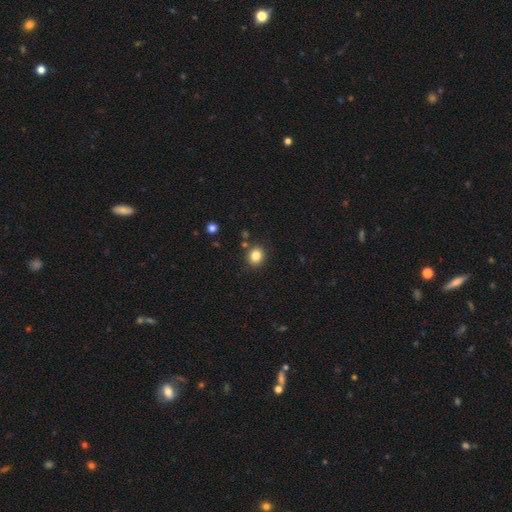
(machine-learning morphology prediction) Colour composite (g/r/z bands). It shows a smooth galaxy with no disk features (83%) that is round (70%). Merging: none (84%).